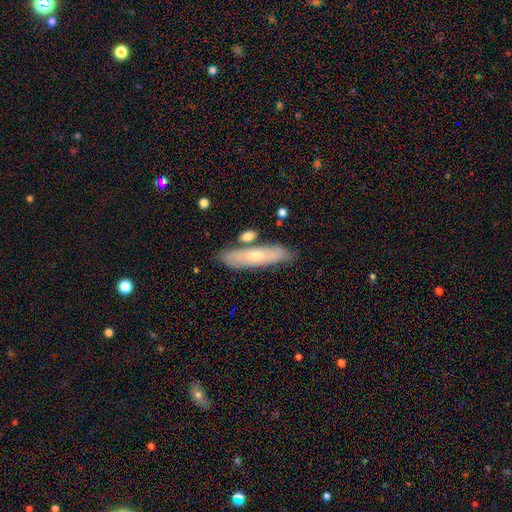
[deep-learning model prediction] smooth-or-featured: featured or disk: 47% | smooth: 46% | star or artifact: 7%
  merging: none: 75% | minor disturbance: 14% | merger: 8% | major disturbance: 3%